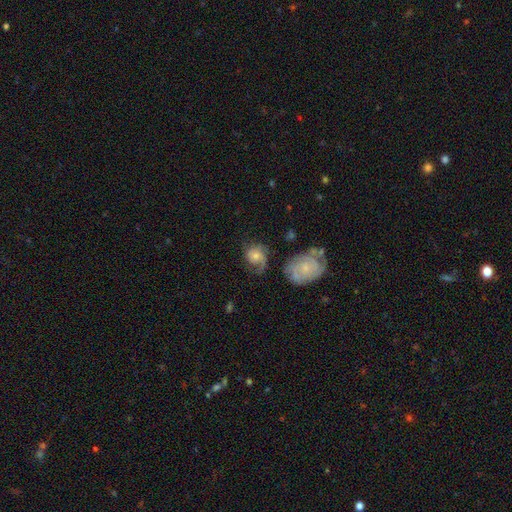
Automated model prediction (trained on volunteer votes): Q: Smooth or featured?
A: featured or disk (65%); runner-up: smooth (27%)
Q: Edge-on disk?
A: no (97%); runner-up: yes (3%)
Q: Bar?
A: no (73%); runner-up: weak (24%)
Q: Spiral arms?
A: yes (91%); runner-up: no (9%)
Q: Spiral winding?
A: medium (41%); runner-up: tight (35%)
Q: Spiral arm count?
A: 2 (41%); runner-up: 1 (35%)
Q: Bulge size?
A: small (46%); runner-up: moderate (43%)
Q: Merging?
A: none (47%); runner-up: major disturbance (23%)